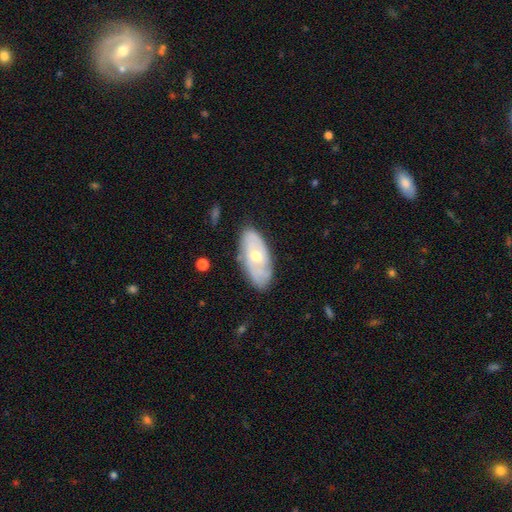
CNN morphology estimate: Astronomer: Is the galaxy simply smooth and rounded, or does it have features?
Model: featured or disk — 61%.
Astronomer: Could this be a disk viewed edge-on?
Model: no — 88%.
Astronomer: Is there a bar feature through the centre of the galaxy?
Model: no — 75%.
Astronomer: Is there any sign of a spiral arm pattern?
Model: yes — 65%.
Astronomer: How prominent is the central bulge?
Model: moderate — 61%.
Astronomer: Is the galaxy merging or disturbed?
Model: none — 79%.